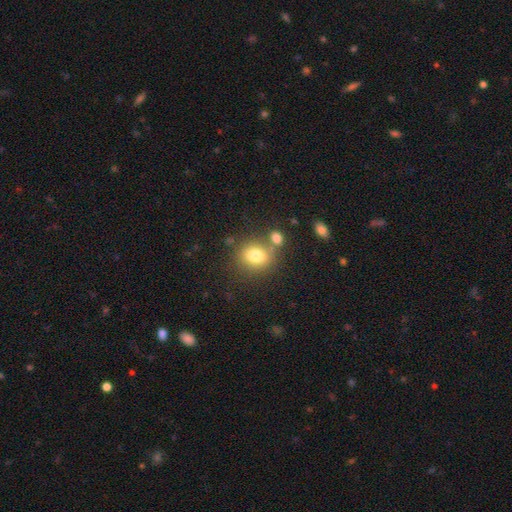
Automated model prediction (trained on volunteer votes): smooth-or-featured: smooth: 78% | star or artifact: 11% | featured or disk: 10%
  how-rounded: round: 73% | in between: 26% | cigar-shaped: 1%
  merging: none: 66% | merger: 18% | minor disturbance: 12% | major disturbance: 4%